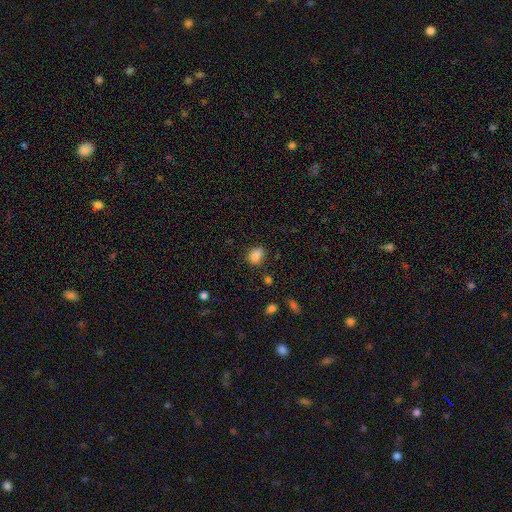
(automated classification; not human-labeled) The model was most divided on "how rounded": in between: 69%, round: 30%, cigar-shaped: 1%. More confident: smooth or featured — smooth (86%); merging — none (75%).